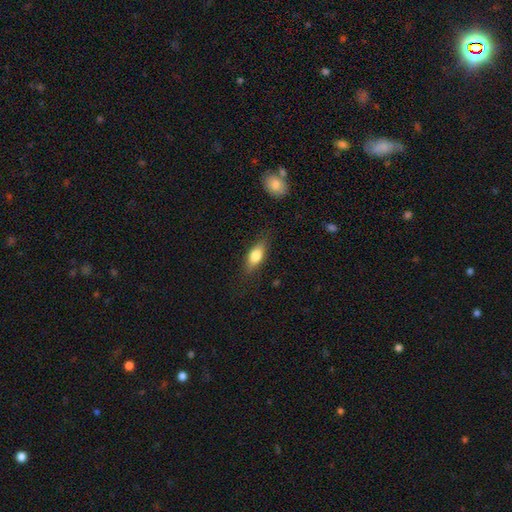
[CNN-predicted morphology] Smooth or featured? Predicted: smooth (p=0.74). How rounded? Predicted: in between (p=0.75). Merging? Predicted: none (p=0.80).